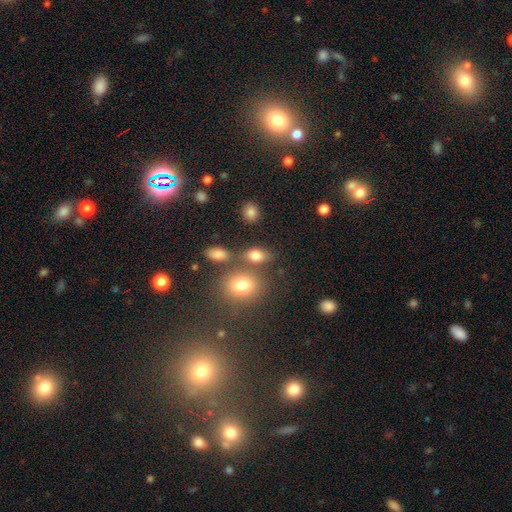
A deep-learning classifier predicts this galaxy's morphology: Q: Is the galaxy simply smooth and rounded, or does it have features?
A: smooth — 77%.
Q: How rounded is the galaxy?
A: in between — 73%.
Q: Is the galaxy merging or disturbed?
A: none — 62%.